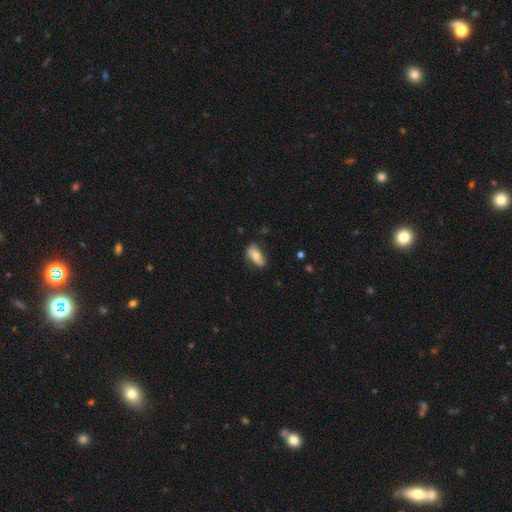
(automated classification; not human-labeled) Overall: smooth (68%). How rounded: in between (85%). Merging: none (63%; minor disturbance 28%).